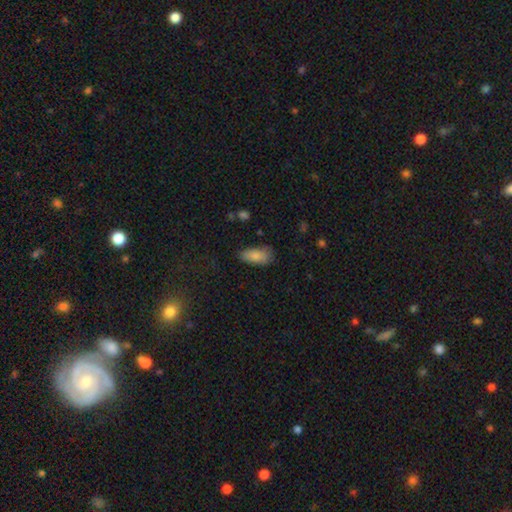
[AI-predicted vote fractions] Overall: smooth (84%). How rounded: in between (89%). Merging: none (65%; minor disturbance 26%).